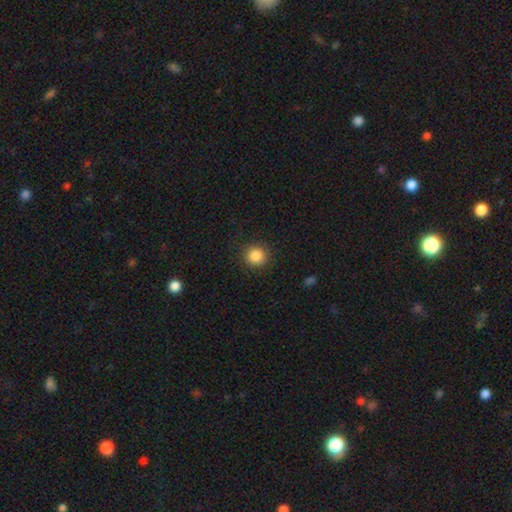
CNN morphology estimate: Smooth or featured? Predicted: smooth (p=0.86). How rounded? Predicted: round (p=0.92). Merging? Predicted: none (p=0.90).